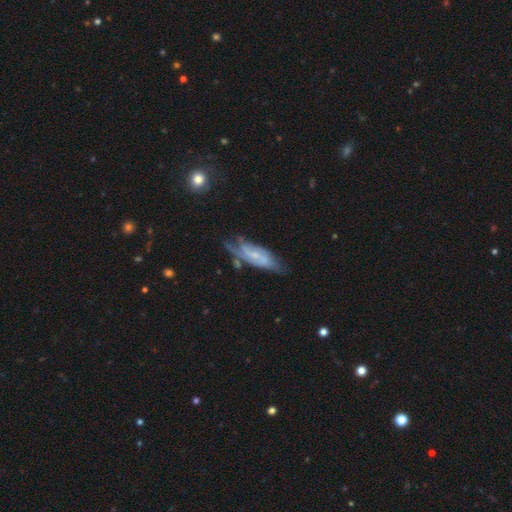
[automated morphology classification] This appears to be a featured or disk galaxy (73%) with no bar (53%), 2 (40%) tight (44%) spiral arms (86%) and a small central bulge (68%). Merging: none (52%).